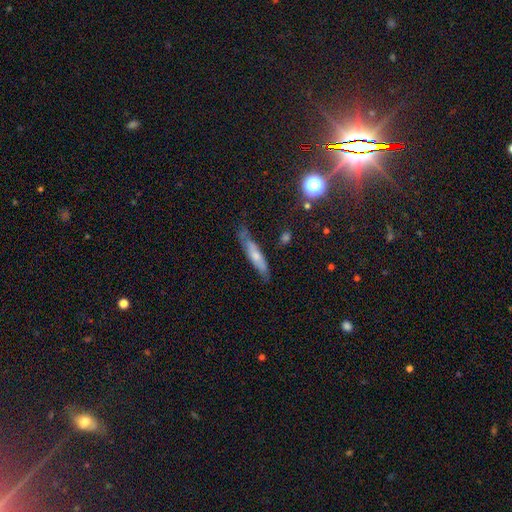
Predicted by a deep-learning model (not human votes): Smooth or featured: smooth — 52% (featured or disk — 40%)
How rounded: cigar-shaped — 81% (in between — 17%)
Merging: none — 64% (minor disturbance — 26%)